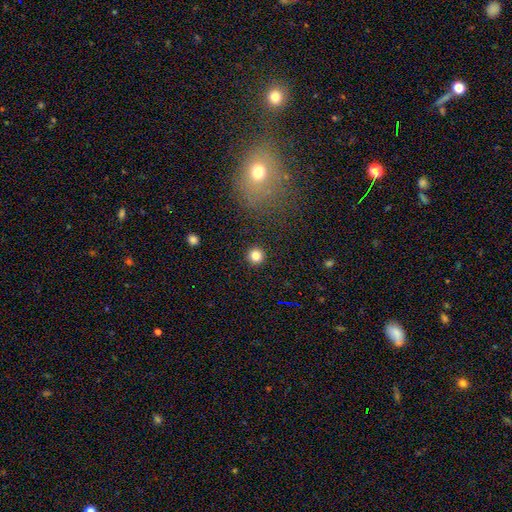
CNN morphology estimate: type=smooth (83%); roundness=round (95%); merging=none (93%).